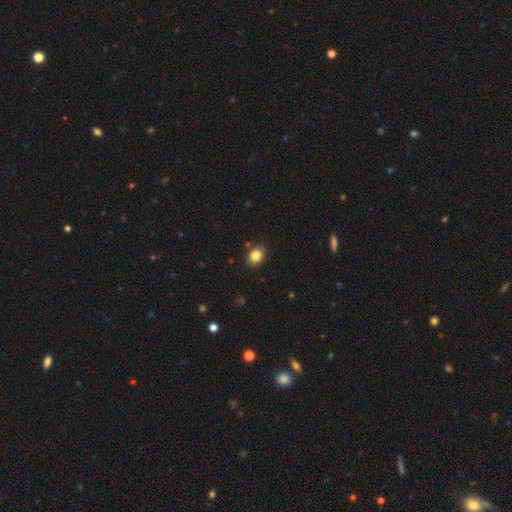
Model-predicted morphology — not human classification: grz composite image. It shows a smooth galaxy with no disk features (84%) that is in between round and cigar-shaped (50%). Merging: none (87%).